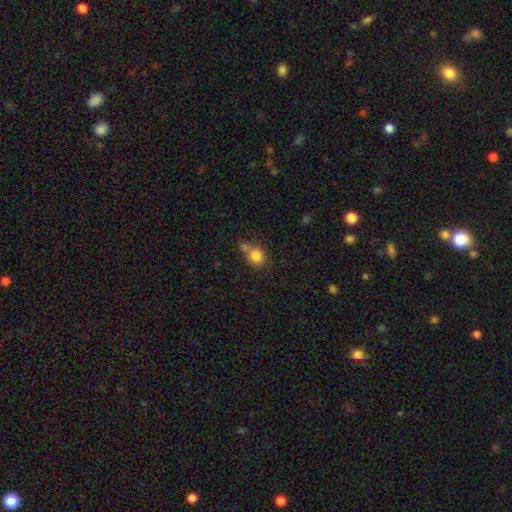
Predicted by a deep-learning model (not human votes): Smooth or featured: smooth — 82% (star or artifact — 11%)
How rounded: round — 70% (in between — 29%)
Merging: none — 42% (merger — 33%)